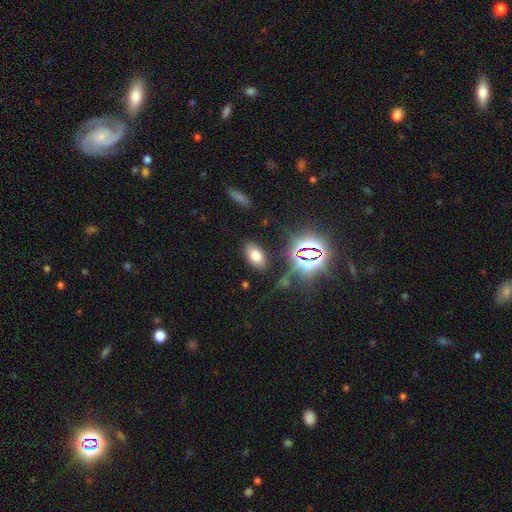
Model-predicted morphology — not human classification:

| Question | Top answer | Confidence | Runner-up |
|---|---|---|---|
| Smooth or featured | smooth | 68% | star or artifact (22%) |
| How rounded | in between | 91% | round (7%) |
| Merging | none | 84% | minor disturbance (10%) |